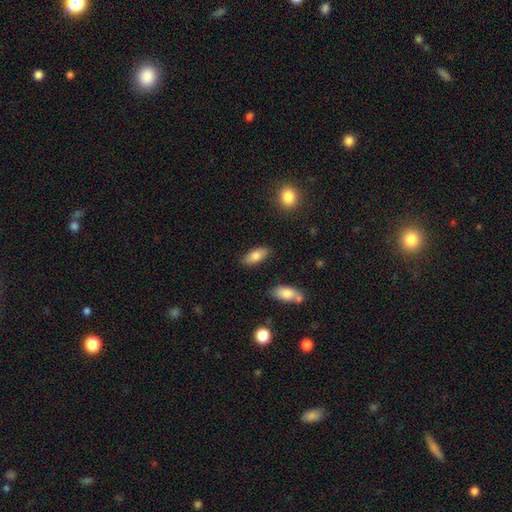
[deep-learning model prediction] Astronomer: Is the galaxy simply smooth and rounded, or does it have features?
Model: smooth — 80%.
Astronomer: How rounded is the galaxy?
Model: in between — 87%.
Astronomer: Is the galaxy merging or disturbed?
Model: none — 85%.